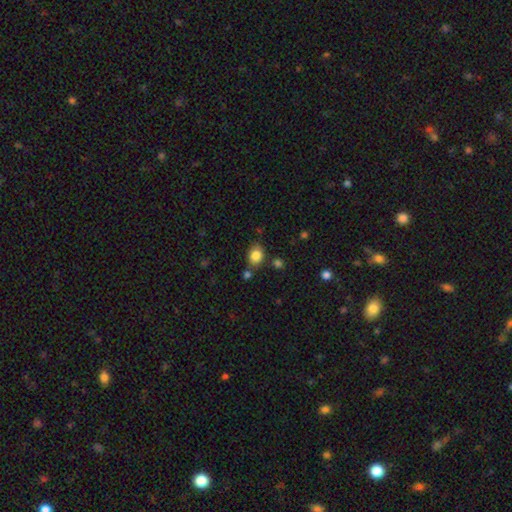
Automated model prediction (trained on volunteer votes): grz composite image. It shows a smooth galaxy with no disk features (84%) that is in between round and cigar-shaped (59%). Merging: none (73%).